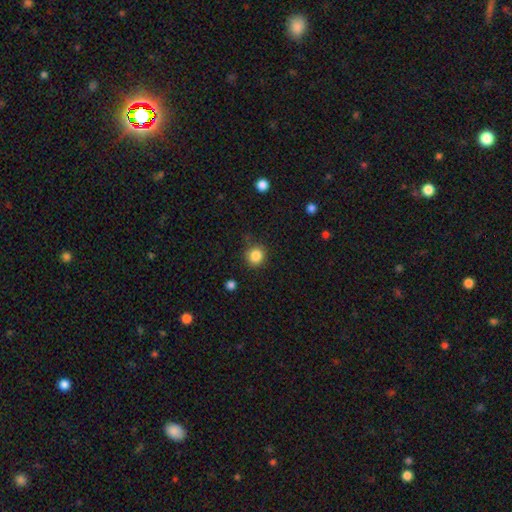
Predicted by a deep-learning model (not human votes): Overall: smooth (85%). How rounded: round (90%). Merging: none (84%).